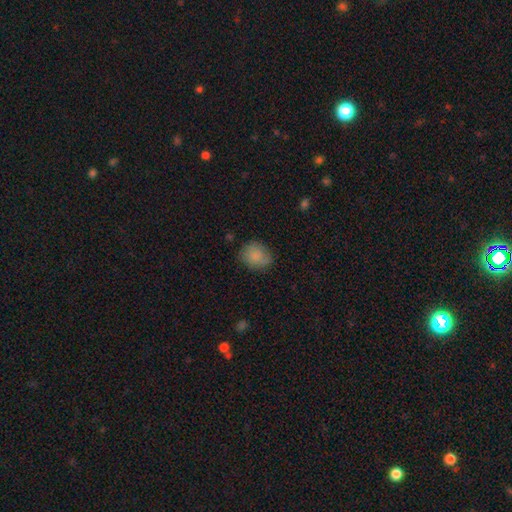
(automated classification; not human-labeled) smooth_or_featured: smooth (p=0.81) [alt: featured or disk p=0.11]
how_rounded: round (p=0.62) [alt: in between p=0.37]
merging: none (p=0.75) [alt: minor disturbance p=0.19]